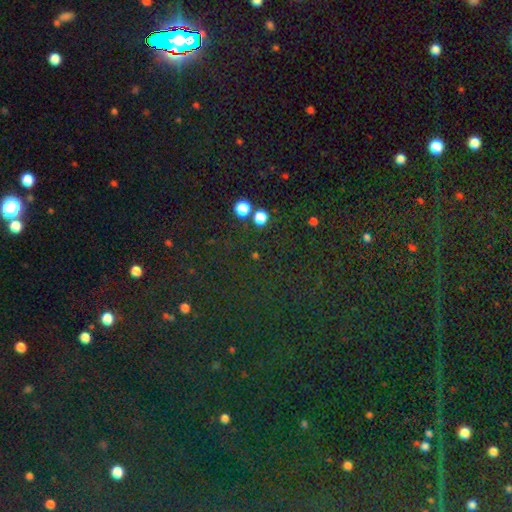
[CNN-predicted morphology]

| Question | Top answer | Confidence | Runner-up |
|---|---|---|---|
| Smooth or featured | star or artifact | 57% | smooth (36%) |